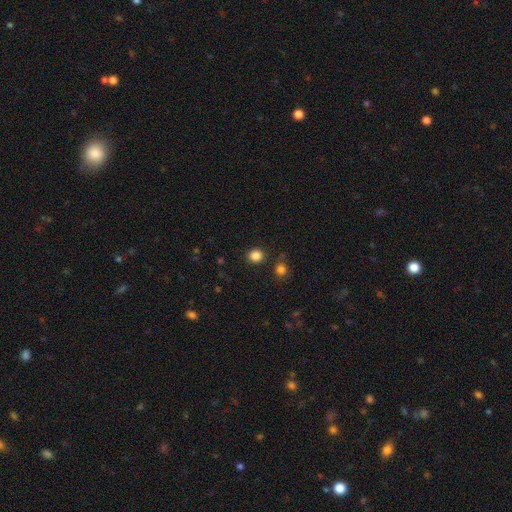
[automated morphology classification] Smooth or featured?
  - smooth: 84% *
  - star or artifact: 12%
  - featured or disk: 4%
How rounded?
  - round: 79% *
  - in between: 20%
  - cigar-shaped: 1%
Merging?
  - none: 86% *
  - minor disturbance: 7%
  - merger: 4%
  - major disturbance: 3%